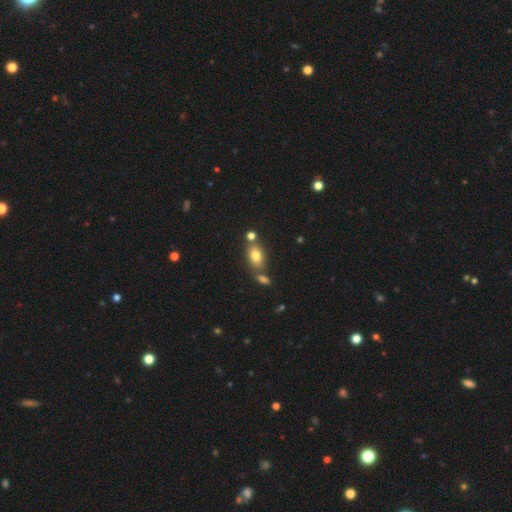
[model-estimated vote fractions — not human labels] smooth 77%, featured or disk 13%, star or artifact 10%. Down the decision tree: how rounded — in between (82%); merging — none (60%).